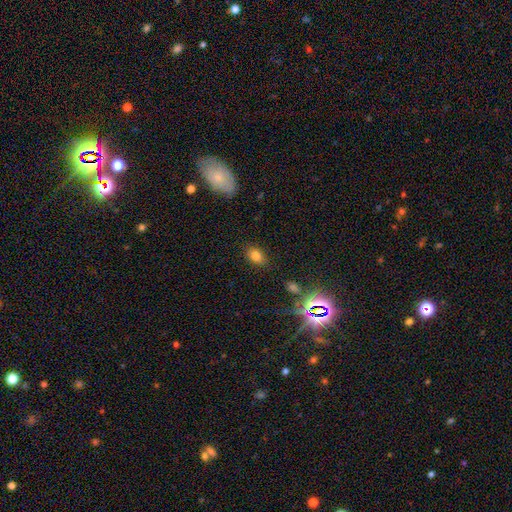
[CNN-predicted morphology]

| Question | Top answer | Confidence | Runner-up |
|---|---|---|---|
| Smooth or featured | smooth | 78% | star or artifact (14%) |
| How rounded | in between | 79% | round (19%) |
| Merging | none | 82% | minor disturbance (13%) |